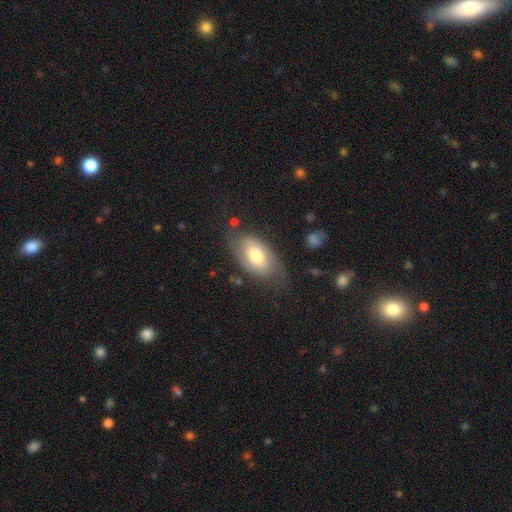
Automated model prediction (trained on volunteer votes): The model was most divided on "smooth or featured": smooth: 47%, featured or disk: 46%, star or artifact: 7%. More confident: merging — none (65%).